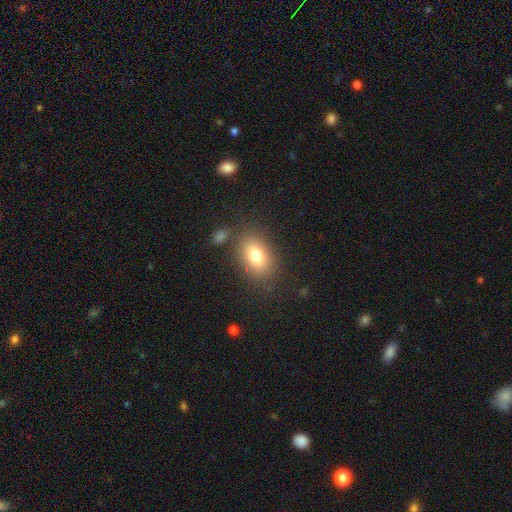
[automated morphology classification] Overall: smooth (78%). How rounded: in between (83%). Merging: none (79%).